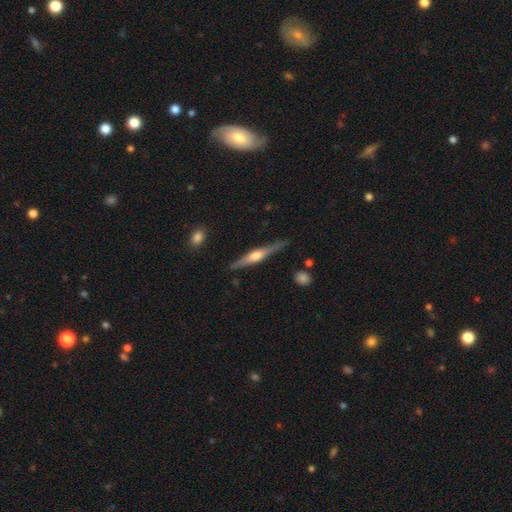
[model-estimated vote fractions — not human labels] The model was most divided on "smooth or featured": featured or disk: 73%, smooth: 22%, star or artifact: 5%. More confident: edge-on disk — yes (98%); edge-on bulge — rounded (88%); merging — none (84%).